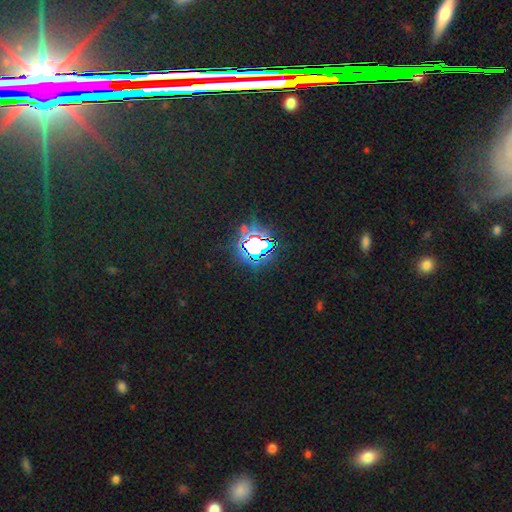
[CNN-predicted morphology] Smooth or featured? star or artifact (82%)